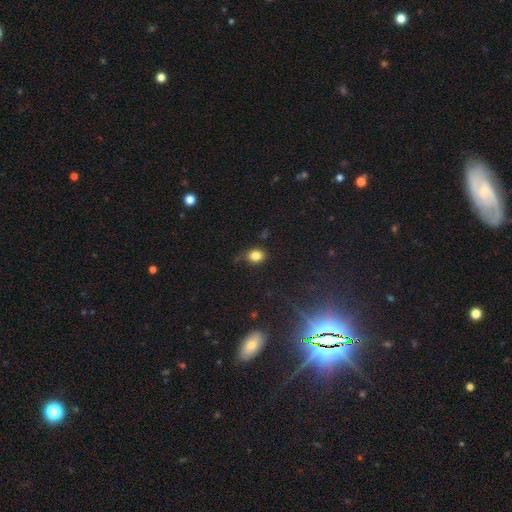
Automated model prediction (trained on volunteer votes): Smooth or featured?
  - smooth: 82% *
  - star or artifact: 12%
  - featured or disk: 6%
How rounded?
  - round: 52% *
  - in between: 47%
  - cigar-shaped: 1%
Merging?
  - none: 74% *
  - minor disturbance: 19%
  - major disturbance: 4%
  - merger: 3%